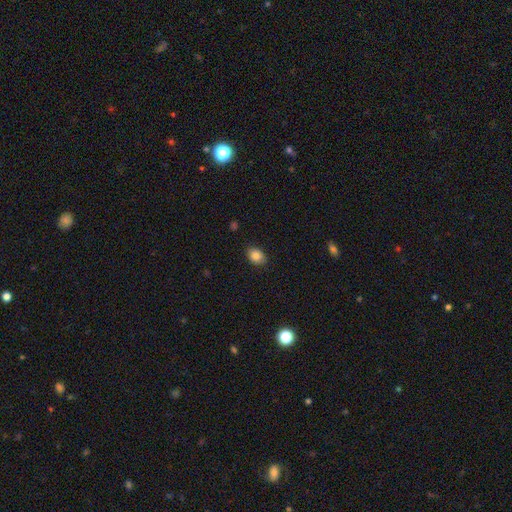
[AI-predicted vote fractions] A smooth galaxy with no disk features (85%) that is in between round and cigar-shaped (70%).

Vote fractions:
- Smooth or featured? smooth: 85% / star or artifact: 9% / featured or disk: 6%
- How rounded? in between: 70% / round: 29% / cigar-shaped: 1%
- Merging? none: 87% / minor disturbance: 10% / major disturbance: 2% / merger: 1%